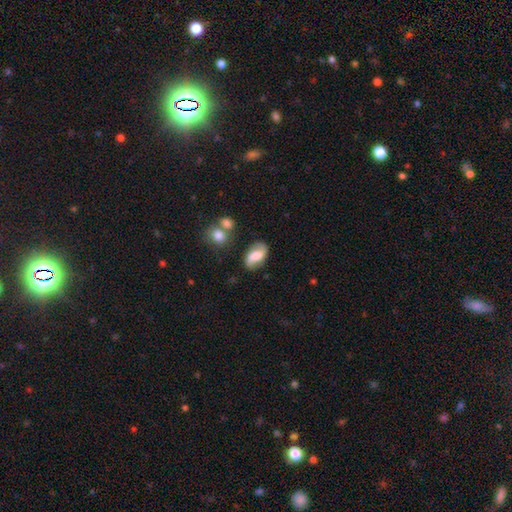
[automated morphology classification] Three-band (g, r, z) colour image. It shows a featured or disk galaxy (59%) with a weak bar (43%), 2 (90%) loose (56%) spiral arms (90%) and a moderate central bulge (41%). Merging: none (72%).